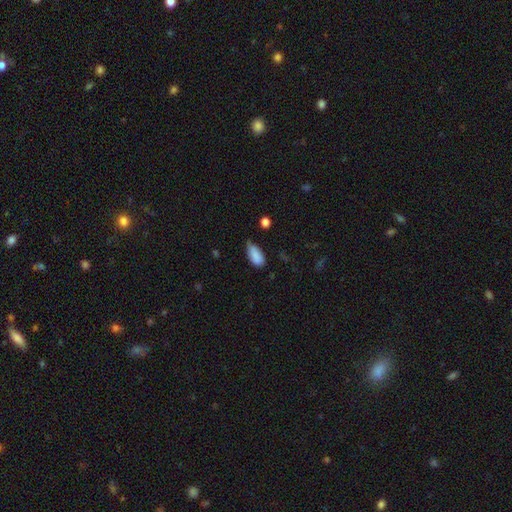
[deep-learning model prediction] A smooth galaxy with no disk features (86%) that is in between round and cigar-shaped (92%).

Vote fractions:
- Smooth or featured? smooth: 86% / star or artifact: 8% / featured or disk: 6%
- How rounded? in between: 92% / cigar-shaped: 5% / round: 3%
- Merging? none: 45% / minor disturbance: 44% / major disturbance: 8% / merger: 3%